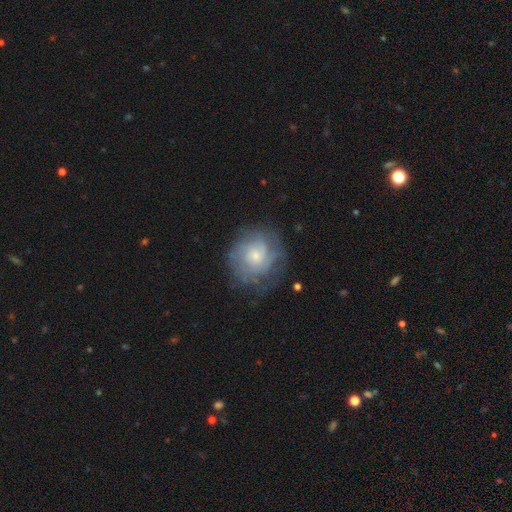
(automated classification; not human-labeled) The model was most divided on "bulge size": small: 55%, moderate: 37%, large: 4%, none: 3%, dominant: 1%. More confident: edge-on disk — no (97%); bar — no (79%); spiral arms — yes (77%); merging — none (68%); smooth or featured — featured or disk (57%).